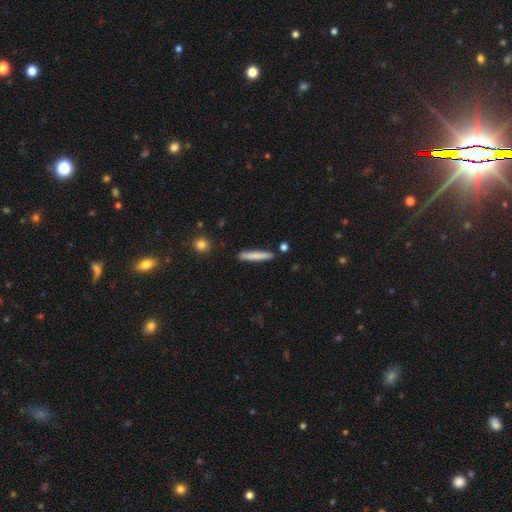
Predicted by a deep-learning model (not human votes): Morphology: type=smooth (78%); roundness=cigar-shaped (94%); merging=none (88%).